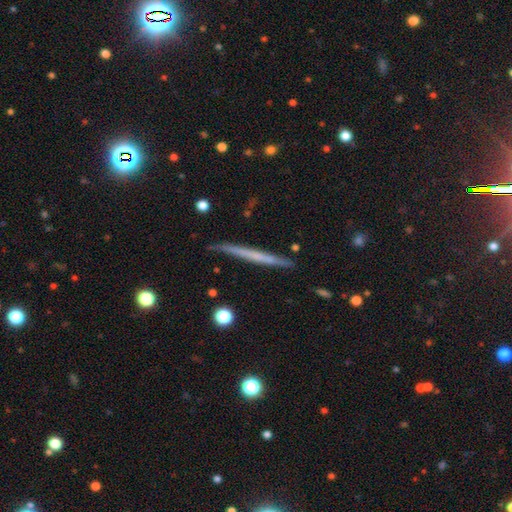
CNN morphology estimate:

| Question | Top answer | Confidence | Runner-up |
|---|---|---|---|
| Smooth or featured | featured or disk | 51% | smooth (42%) |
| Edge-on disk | yes | 97% | no (3%) |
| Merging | none | 88% | minor disturbance (9%) |